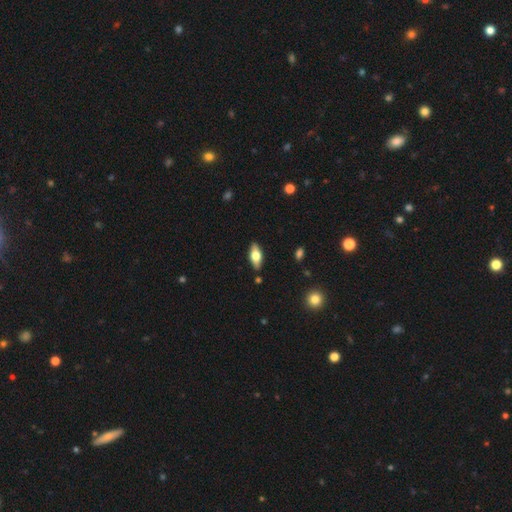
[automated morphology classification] This appears to be a smooth galaxy with no disk features (60%) that is in between round and cigar-shaped (79%). Merging: none (86%).